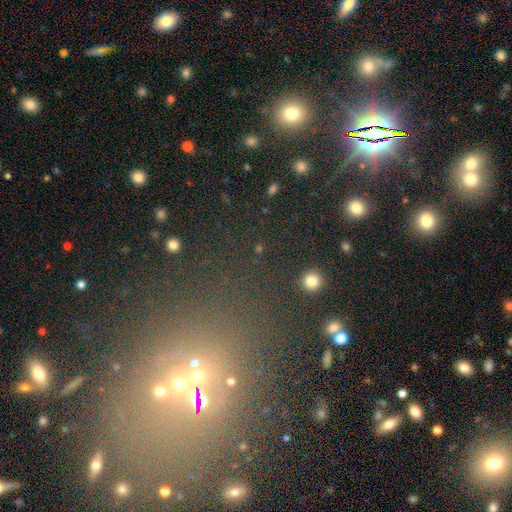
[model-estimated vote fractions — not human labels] Q: Smooth or featured?
A: star or artifact (64%); runner-up: smooth (24%)